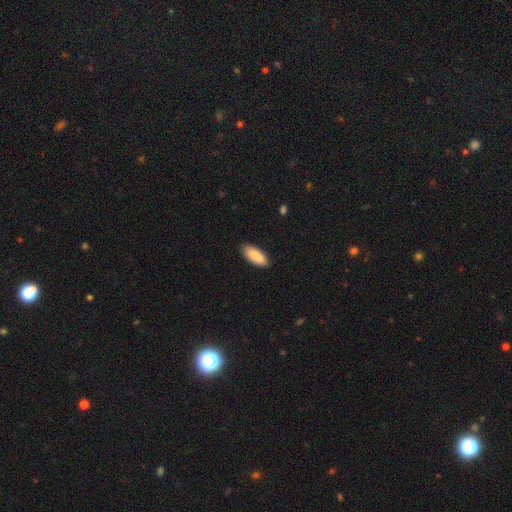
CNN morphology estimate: A smooth galaxy with no disk features (90%) that is in between round and cigar-shaped (84%).

Vote fractions:
- Smooth or featured? smooth: 90% / star or artifact: 6% / featured or disk: 5%
- How rounded? in between: 84% / cigar-shaped: 14% / round: 2%
- Merging? none: 88% / minor disturbance: 10% / major disturbance: 2% / merger: 1%